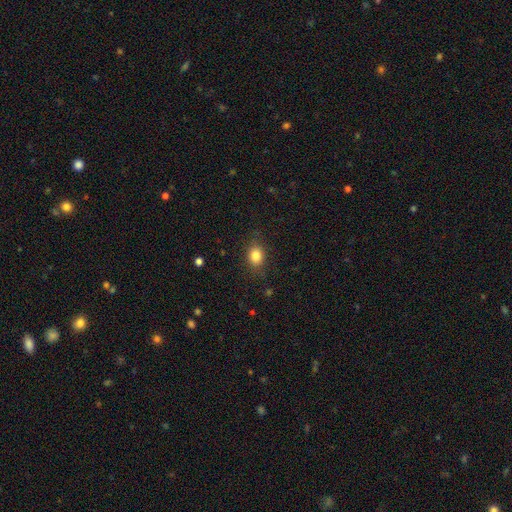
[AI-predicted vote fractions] A smooth galaxy with no disk features (84%) that is in between round and cigar-shaped (60%). Merging: none (83%).